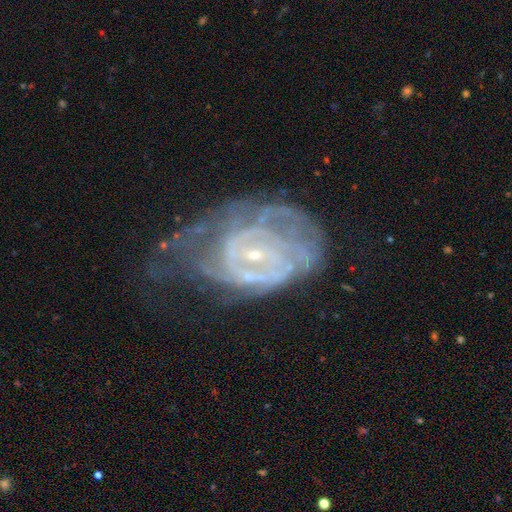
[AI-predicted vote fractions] Morphology: type=featured or disk (82%); edge-on=no (97%); bar=no (51%); spiral arms=yes (83%); winding=tight (62%); arm count=can't tell (49%); bulge=small (80%); merging=major disturbance (40%).